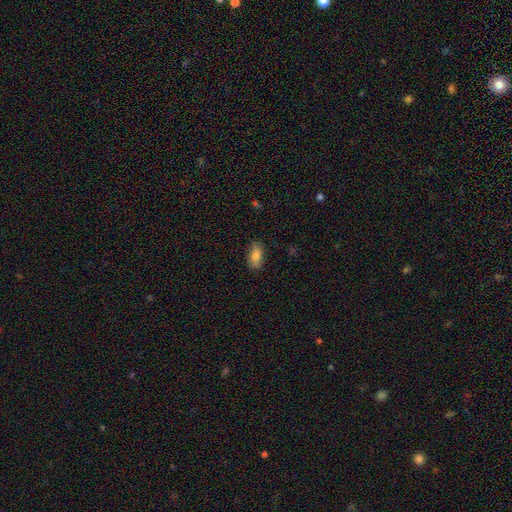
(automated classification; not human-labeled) This appears to be a smooth galaxy with no disk features (82%) that is in between round and cigar-shaped (89%). Merging: none (84%).